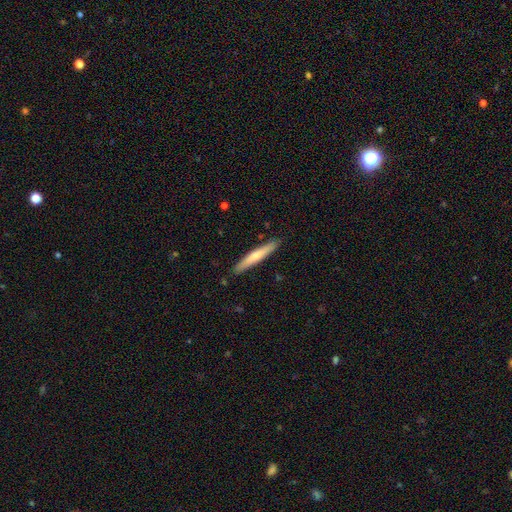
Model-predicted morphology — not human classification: Q: Smooth or featured?
A: smooth (60%); runner-up: featured or disk (36%)
Q: How rounded?
A: cigar-shaped (94%); runner-up: in between (4%)
Q: Merging?
A: none (89%); runner-up: minor disturbance (8%)